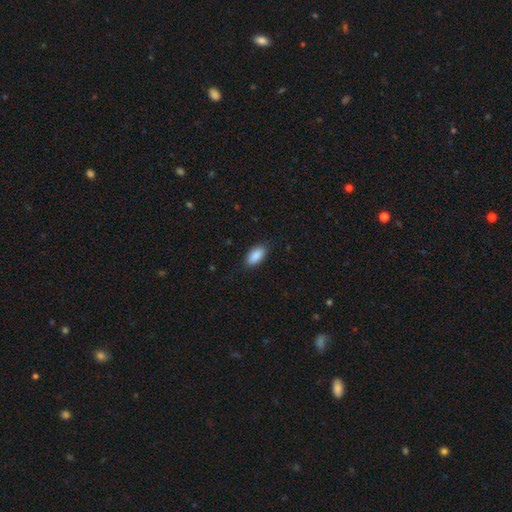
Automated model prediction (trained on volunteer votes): smooth 90%, star or artifact 6%, featured or disk 4%. Down the decision tree: how rounded — in between (93%); merging — none (86%).